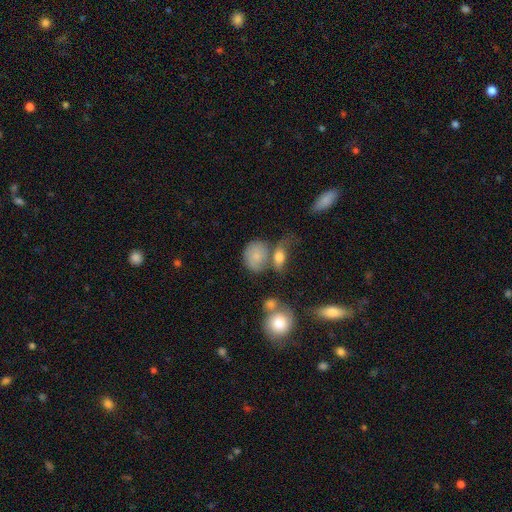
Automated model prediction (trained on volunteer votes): A smooth galaxy with no disk features (72%) that is round (53%). Merging: none (43%).